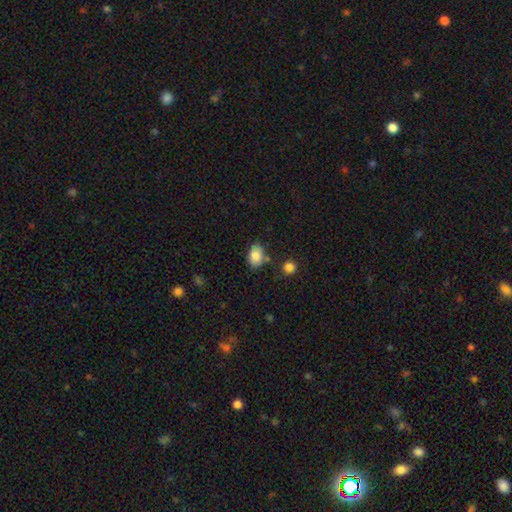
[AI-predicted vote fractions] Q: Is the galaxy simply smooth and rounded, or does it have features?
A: smooth — 86%.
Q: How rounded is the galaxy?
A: in between — 83%.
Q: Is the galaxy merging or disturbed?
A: none — 73%.